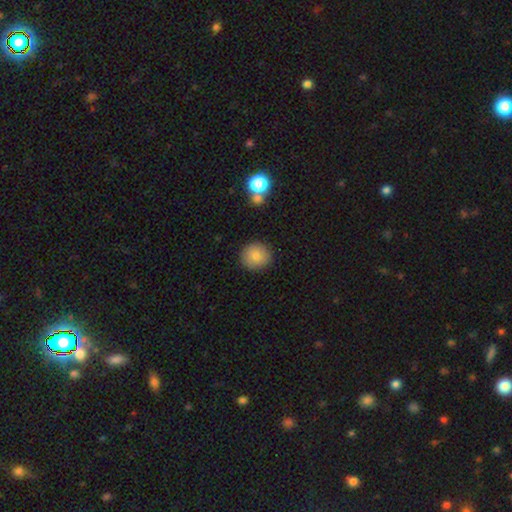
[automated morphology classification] Smooth or featured? smooth (81%)
How rounded? round (90%)
Merging? none (88%)